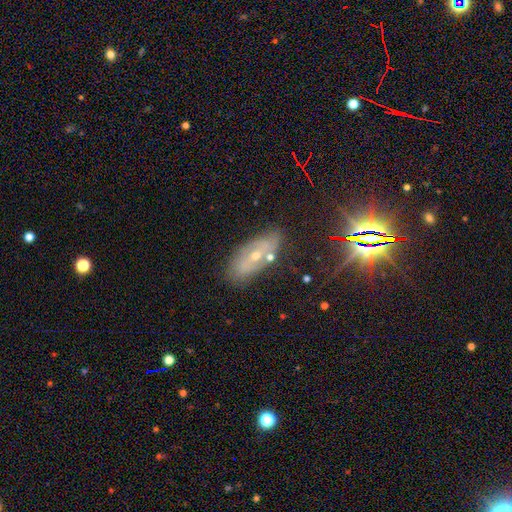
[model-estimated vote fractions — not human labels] A featured or disk galaxy (55%).

Vote fractions:
- Smooth or featured? featured or disk: 55% / smooth: 25% / star or artifact: 21%
- Edge-on disk? no: 78% / yes: 22%
- Merging? none: 73% / minor disturbance: 16% / merger: 6% / major disturbance: 5%